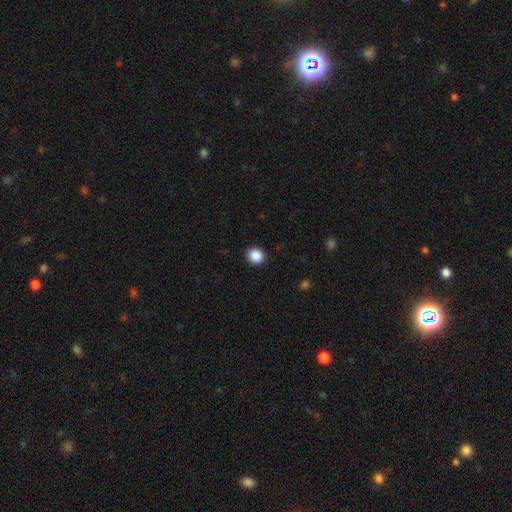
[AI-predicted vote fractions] This appears to be a smooth galaxy with no disk features (88%) that is round (87%). Merging: none (92%).